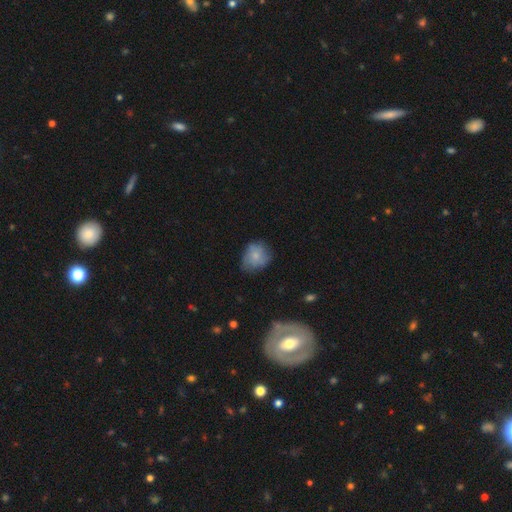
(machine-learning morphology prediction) Smooth or featured? Predicted: smooth (p=0.73). How rounded? Predicted: round (p=0.64). Merging? Predicted: none (p=0.62).